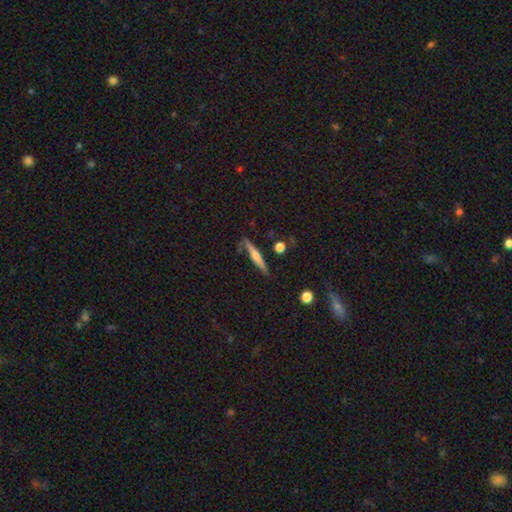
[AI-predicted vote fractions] smooth_or_featured: featured or disk (p=0.52) [alt: smooth p=0.41]
disk_edge_on: yes (p=0.95) [alt: no p=0.05]
merging: none (p=0.83) [alt: minor disturbance p=0.12]